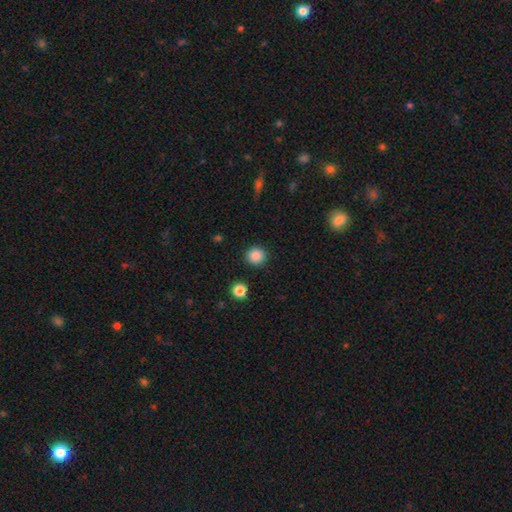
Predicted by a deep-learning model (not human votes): This is clearly a smooth galaxy (87%). How rounded: clearly round (93%). Merging: clearly none (91%).